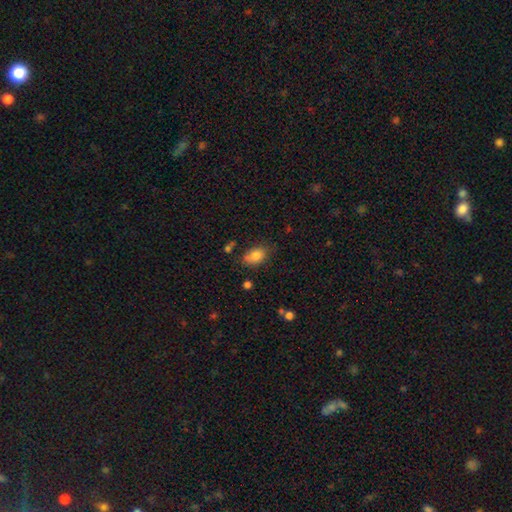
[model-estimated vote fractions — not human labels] Smooth or featured? Predicted: smooth (p=0.83). How rounded? Predicted: in between (p=0.86). Merging? Predicted: none (p=0.69).